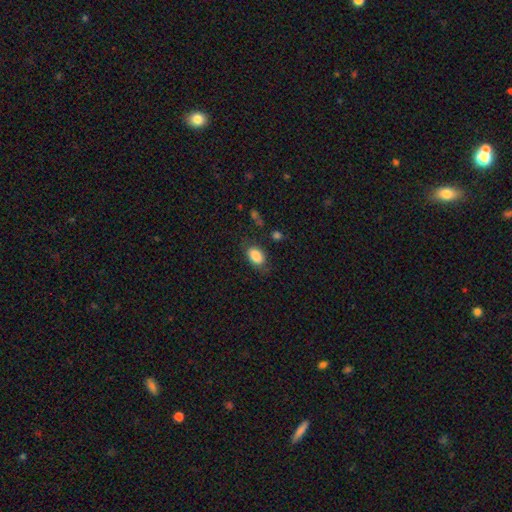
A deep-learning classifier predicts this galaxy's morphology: This appears to be a smooth galaxy with no disk features (87%) that is in between round and cigar-shaped (88%). Merging: none (74%).